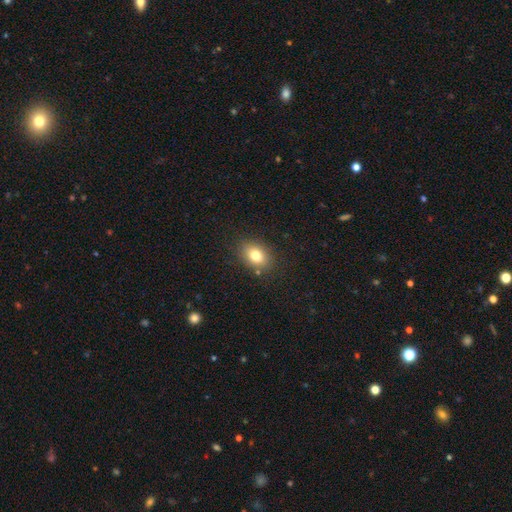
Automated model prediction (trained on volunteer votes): Smooth or featured: smooth — 79% (featured or disk — 11%)
How rounded: in between — 72% (round — 27%)
Merging: none — 85% (minor disturbance — 10%)